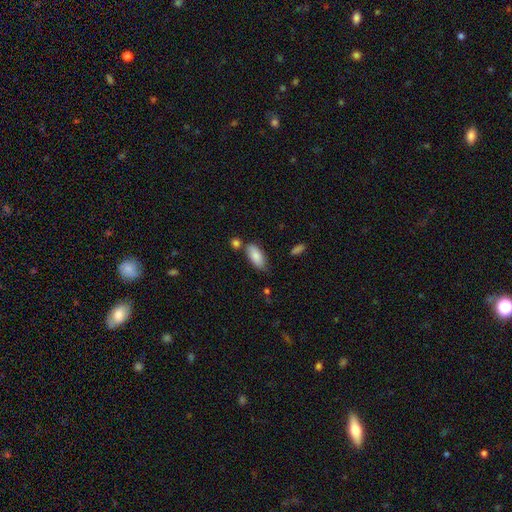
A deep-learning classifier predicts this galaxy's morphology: A smooth galaxy with no disk features (84%) that is in between round and cigar-shaped (87%). Merging: none (65%).